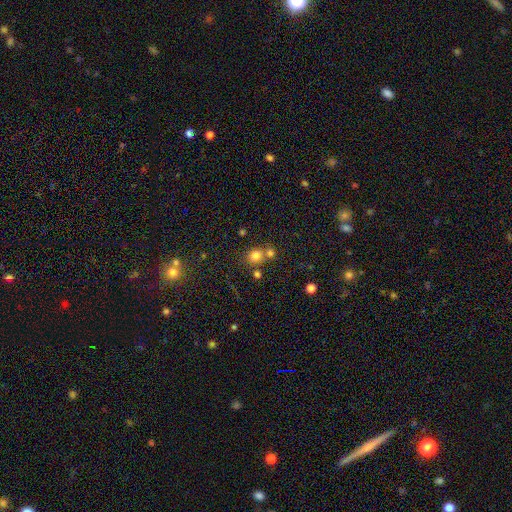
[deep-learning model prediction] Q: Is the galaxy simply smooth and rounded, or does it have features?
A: smooth — 77%.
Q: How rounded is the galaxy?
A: round — 83%.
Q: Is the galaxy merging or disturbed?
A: none — 55%.